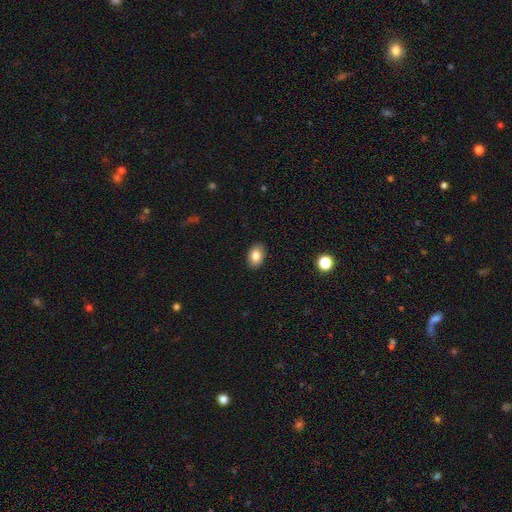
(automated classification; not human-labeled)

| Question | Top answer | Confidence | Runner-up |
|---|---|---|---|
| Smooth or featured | smooth | 83% | star or artifact (9%) |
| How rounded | in between | 83% | round (16%) |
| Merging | none | 90% | minor disturbance (8%) |